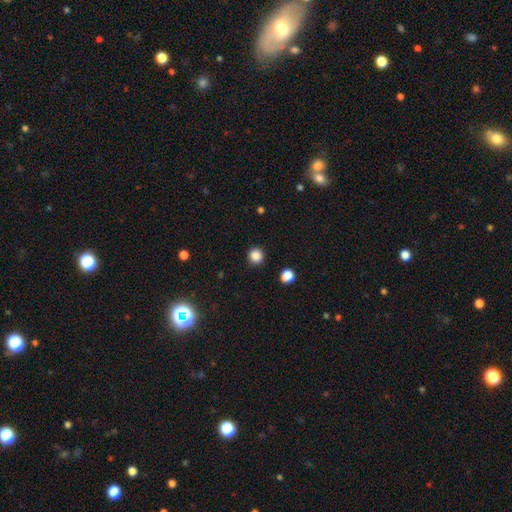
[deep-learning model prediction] Smooth or featured? smooth (86%)
How rounded? round (94%)
Merging? none (92%)